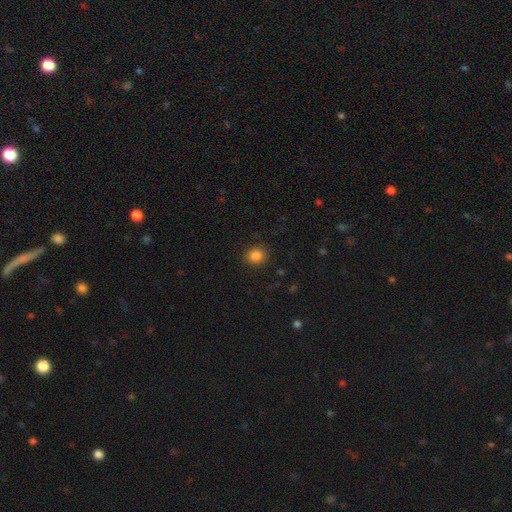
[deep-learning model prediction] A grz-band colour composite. It shows a smooth galaxy with no disk features (85%) that is round (82%). Merging: none (89%).